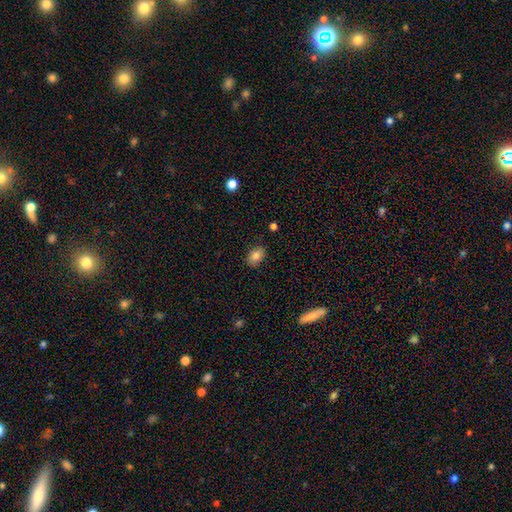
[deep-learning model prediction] Smooth or featured? smooth (84%)
How rounded? in between (84%)
Merging? none (85%)